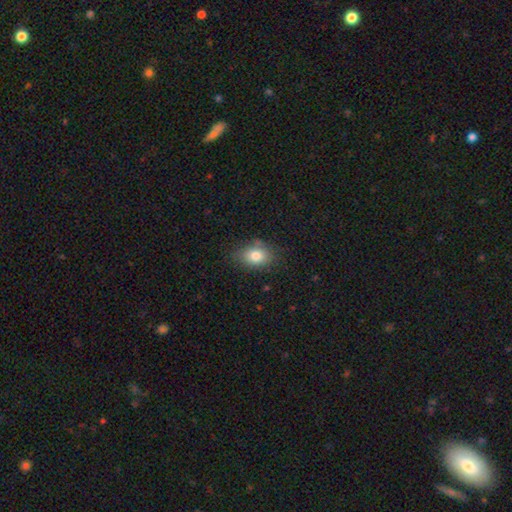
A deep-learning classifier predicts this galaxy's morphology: This is clearly a smooth galaxy (82%). How rounded: likely in between (75%). Merging: likely none (74%).